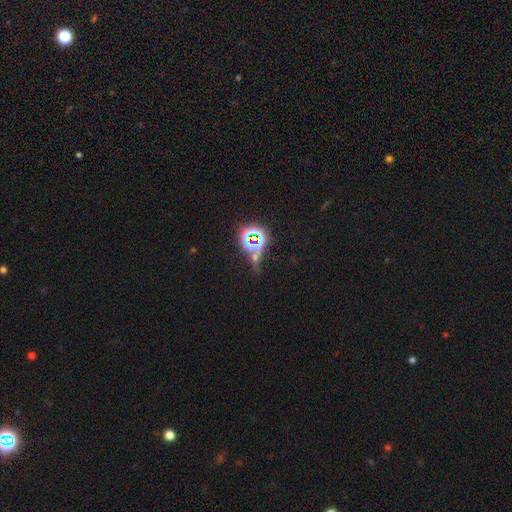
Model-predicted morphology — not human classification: type=star or artifact (73%).